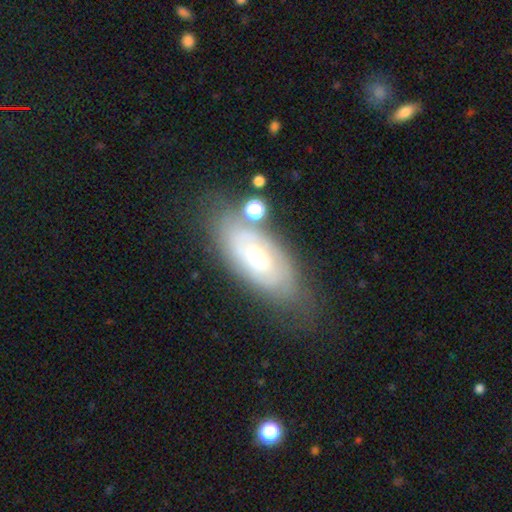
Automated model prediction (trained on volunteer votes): smooth-or-featured: featured or disk: 67% | smooth: 26% | star or artifact: 8%
  disk-edge-on: no: 87% | yes: 13%
    bar: no: 66% | weak: 28% | strong: 7%
    has-spiral-arms: yes: 71% | no: 29%
    bulge-size: moderate: 57% | small: 36% | large: 5% | none: 1% | dominant: 1%
  merging: none: 64% | minor disturbance: 21% | major disturbance: 8% | merger: 8%